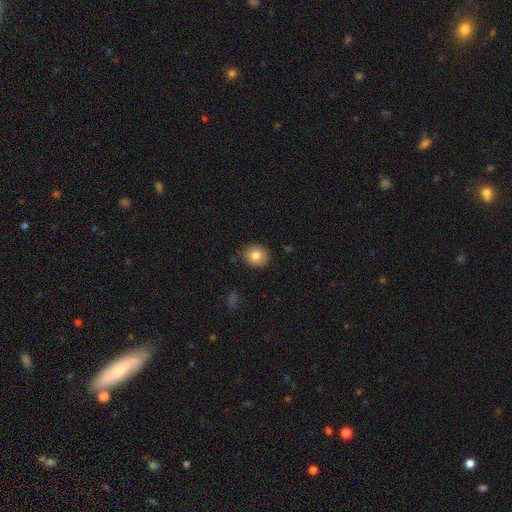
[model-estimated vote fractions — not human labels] A smooth galaxy with no disk features (81%) that is round (81%). Merging: none (86%).